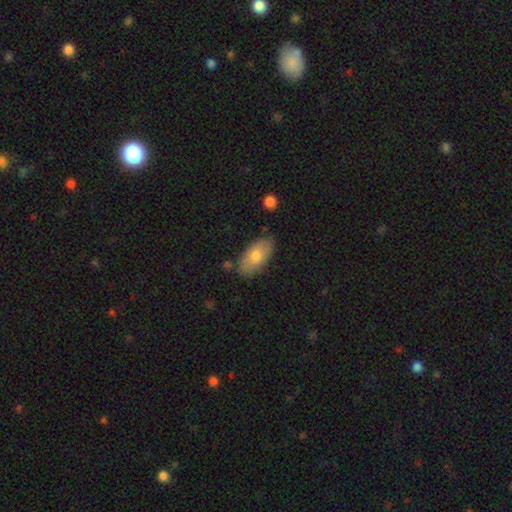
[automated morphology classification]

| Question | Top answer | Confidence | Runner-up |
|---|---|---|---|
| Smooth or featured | smooth | 74% | featured or disk (20%) |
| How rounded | in between | 92% | cigar-shaped (5%) |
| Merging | none | 79% | minor disturbance (15%) |